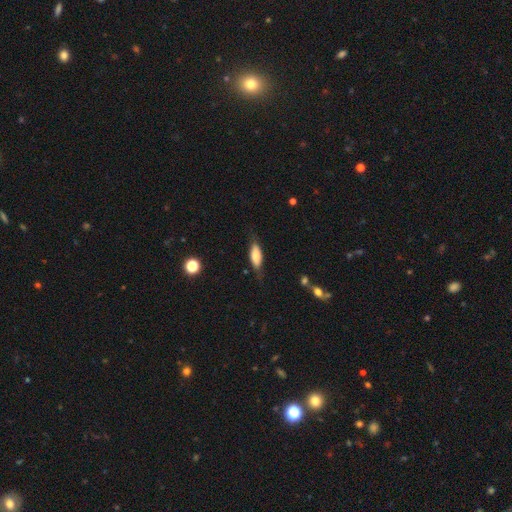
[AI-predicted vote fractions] The model was most divided on "how rounded": in between: 68%, cigar-shaped: 29%, round: 3%. More confident: smooth or featured — smooth (69%); merging — none (69%).